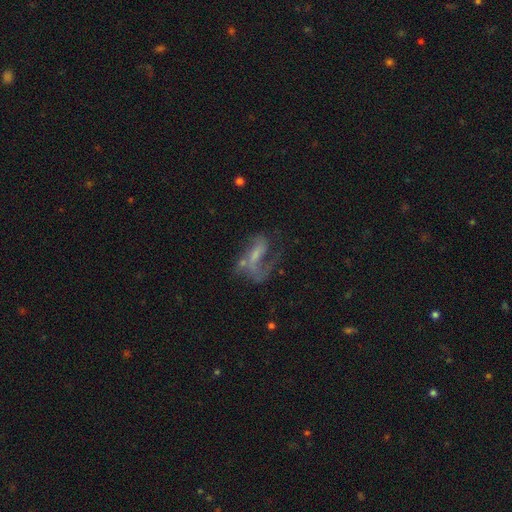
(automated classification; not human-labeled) Morphology: type=featured or disk (66%); edge-on=no (94%); bar=no (43%); spiral arms=yes (72%); bulge=small (39%); merging=major disturbance (41%).